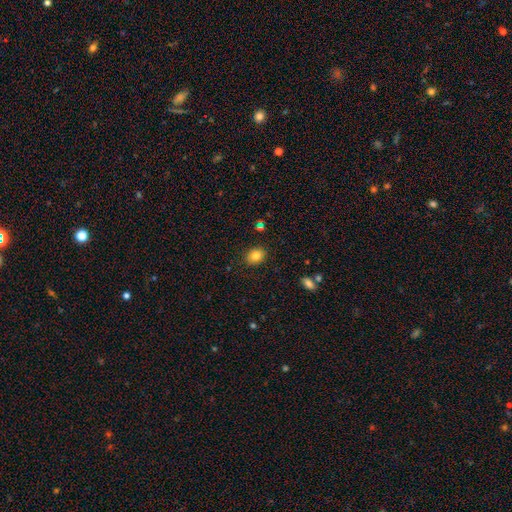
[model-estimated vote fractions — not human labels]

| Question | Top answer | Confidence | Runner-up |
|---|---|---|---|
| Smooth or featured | smooth | 82% | star or artifact (10%) |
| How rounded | in between | 52% | round (47%) |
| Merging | none | 87% | minor disturbance (9%) |